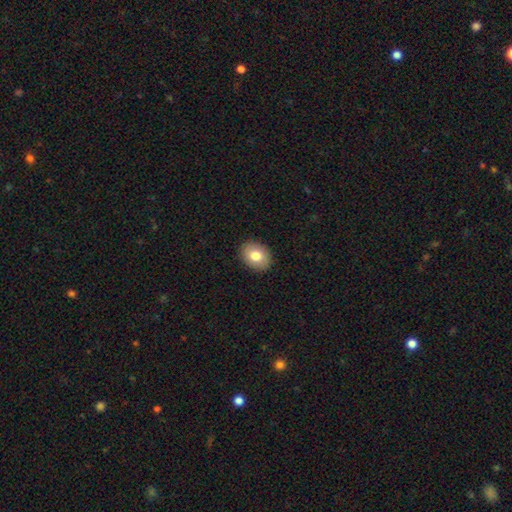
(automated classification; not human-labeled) Morphology: type=smooth (79%); roundness=in between (60%); merging=none (90%).